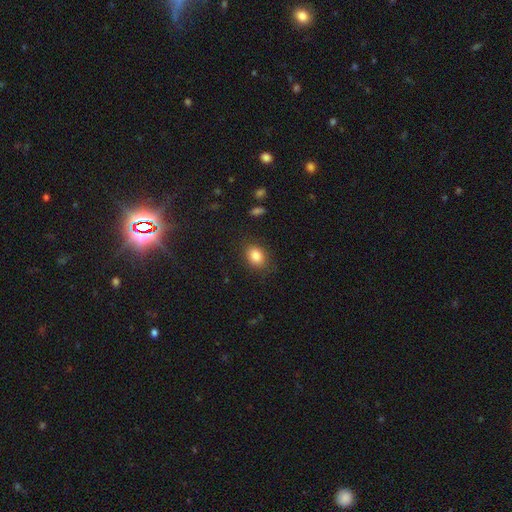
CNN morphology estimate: Q: Smooth or featured?
A: smooth (85%); runner-up: star or artifact (9%)
Q: How rounded?
A: in between (65%); runner-up: round (34%)
Q: Merging?
A: none (84%); runner-up: minor disturbance (12%)